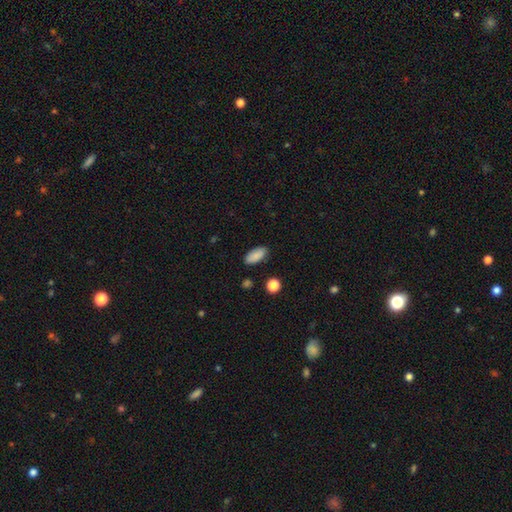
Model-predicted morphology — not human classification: type=smooth (87%); roundness=in between (90%); merging=none (86%).